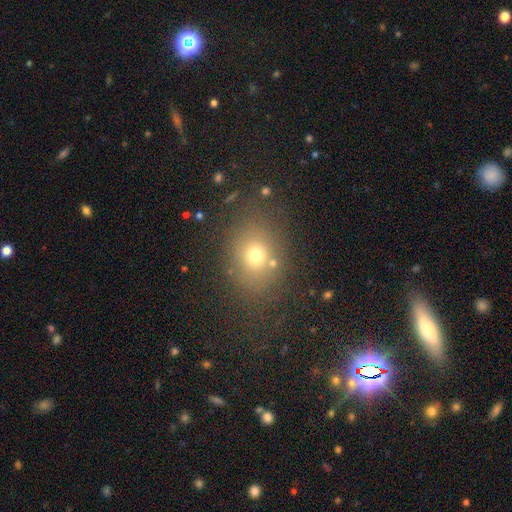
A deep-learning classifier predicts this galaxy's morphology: Smooth or featured? smooth (69%)
How rounded? round (50%)
Merging? none (76%)